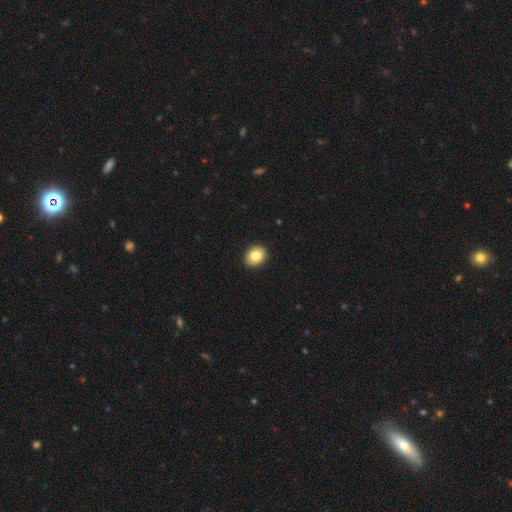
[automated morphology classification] Overall: smooth (83%). How rounded: round (51%; in between 48%). Merging: none (91%).